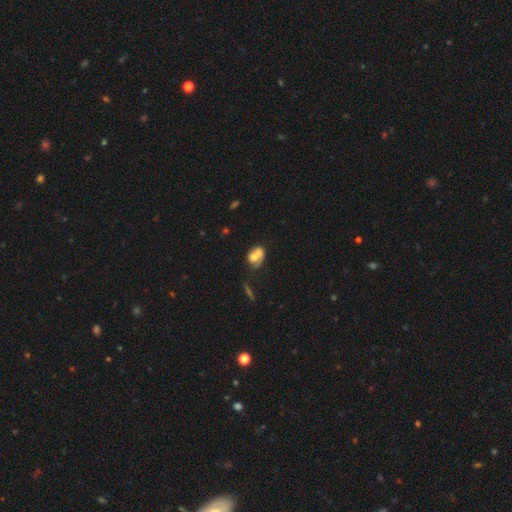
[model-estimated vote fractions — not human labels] A smooth galaxy with no disk features (59%) that is in between round and cigar-shaped (68%).

Vote fractions:
- Smooth or featured? smooth: 59% / featured or disk: 31% / star or artifact: 10%
- How rounded? in between: 68% / round: 29% / cigar-shaped: 2%
- Merging? merger: 56% / none: 23% / minor disturbance: 12% / major disturbance: 9%